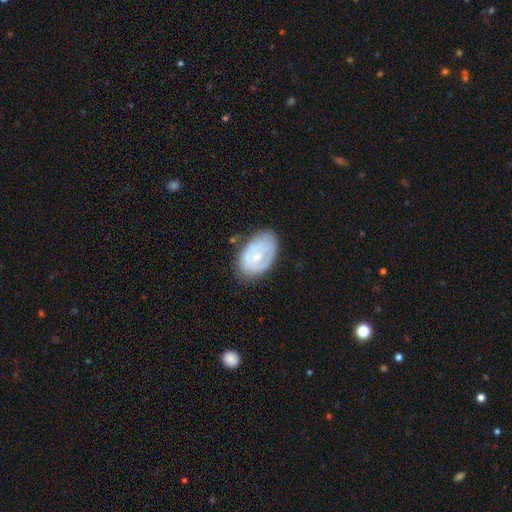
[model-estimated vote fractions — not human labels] Smooth or featured? Predicted: featured or disk (p=0.54). Edge-on disk? Predicted: no (p=0.96). Bar? Predicted: no (p=0.72). Spiral arms? Predicted: yes (p=0.60). Bulge size? Predicted: small (p=0.60). Merging? Predicted: none (p=0.63).